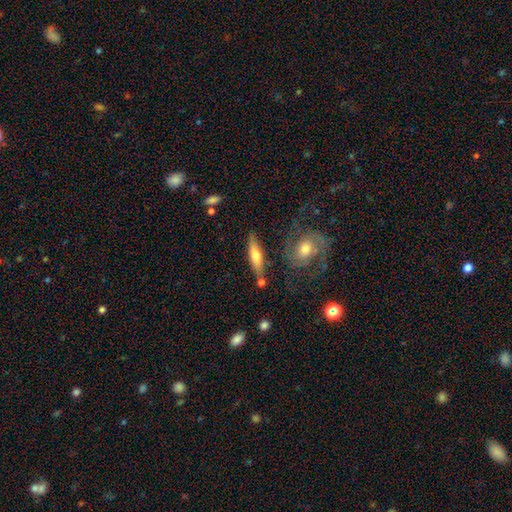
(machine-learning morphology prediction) Smooth or featured? Predicted: smooth (p=0.53). How rounded? Predicted: cigar-shaped (p=0.66). Merging? Predicted: none (p=0.72).